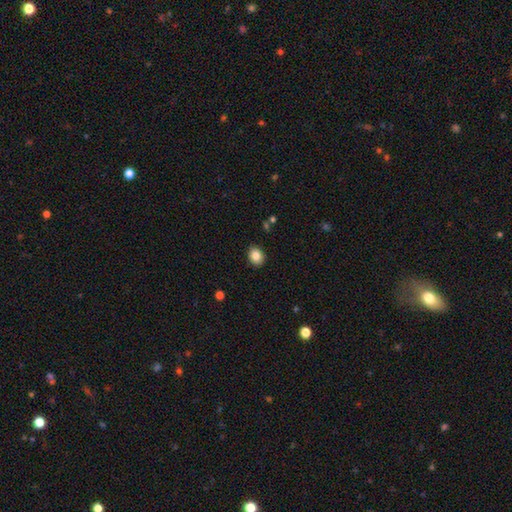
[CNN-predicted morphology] Smooth or featured: smooth — 84% (star or artifact — 9%)
How rounded: in between — 56% (round — 43%)
Merging: none — 89% (minor disturbance — 8%)